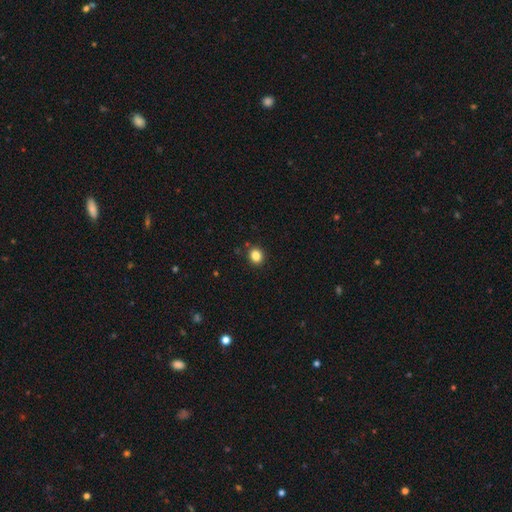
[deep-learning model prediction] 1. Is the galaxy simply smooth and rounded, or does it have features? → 85% smooth, 11% star or artifact, 4% featured or disk.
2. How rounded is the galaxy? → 76% round, 24% in between, 1% cigar-shaped.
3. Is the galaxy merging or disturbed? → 89% none, 7% minor disturbance, 2% major disturbance, 2% merger.